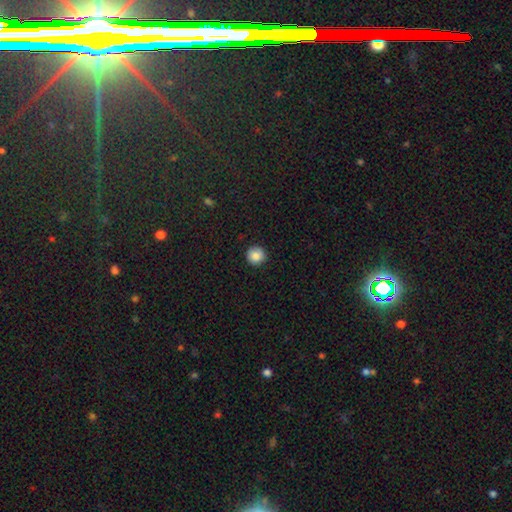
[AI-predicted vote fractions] Smooth or featured?
  - smooth: 86% *
  - star or artifact: 9%
  - featured or disk: 5%
How rounded?
  - round: 95% *
  - in between: 4%
  - cigar-shaped: 1%
Merging?
  - none: 91% *
  - minor disturbance: 7%
  - major disturbance: 2%
  - merger: 1%